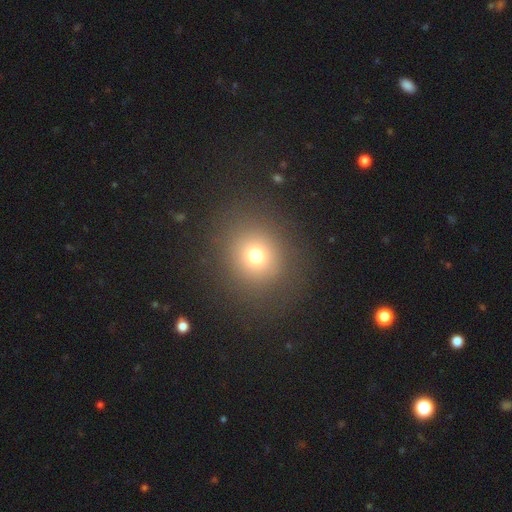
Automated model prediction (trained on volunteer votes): Smooth or featured? Predicted: smooth (p=0.71). How rounded? Predicted: round (p=0.86). Merging? Predicted: none (p=0.86).